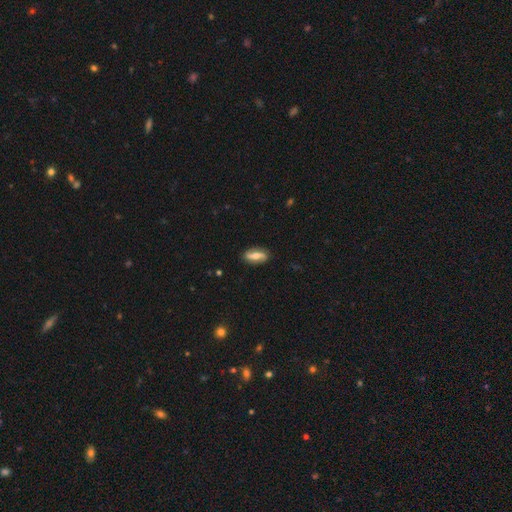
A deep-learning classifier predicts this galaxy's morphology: This appears to be a featured or disk galaxy (62%) with a strong bar (37%), spiral arms (84%) and a moderate central bulge (62%). Merging: none (85%).